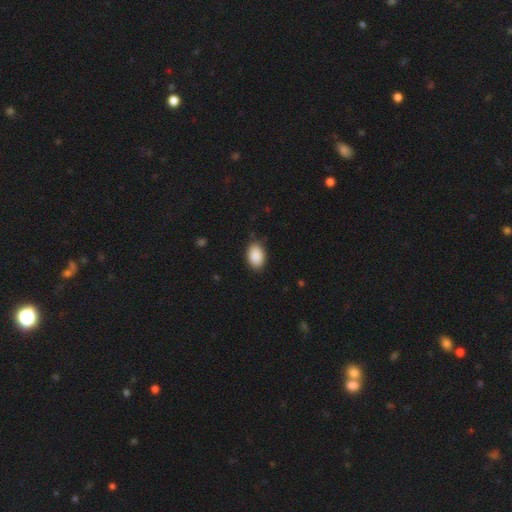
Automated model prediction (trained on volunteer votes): Smooth or featured: smooth — 90% (star or artifact — 7%)
How rounded: in between — 89% (round — 9%)
Merging: none — 85% (minor disturbance — 12%)